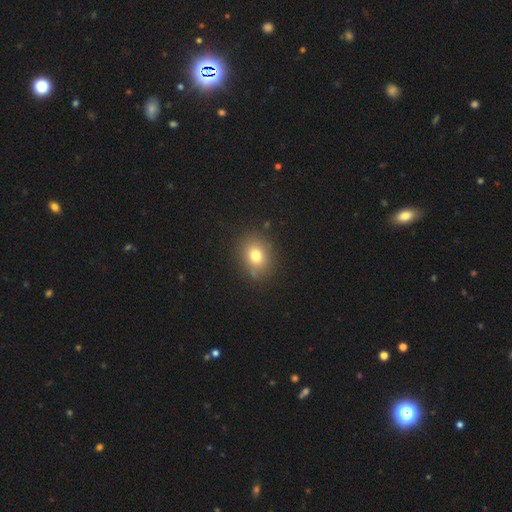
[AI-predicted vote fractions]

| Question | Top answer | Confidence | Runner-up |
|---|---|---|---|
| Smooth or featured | smooth | 76% | star or artifact (13%) |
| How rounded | round | 59% | in between (40%) |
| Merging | none | 83% | minor disturbance (11%) |